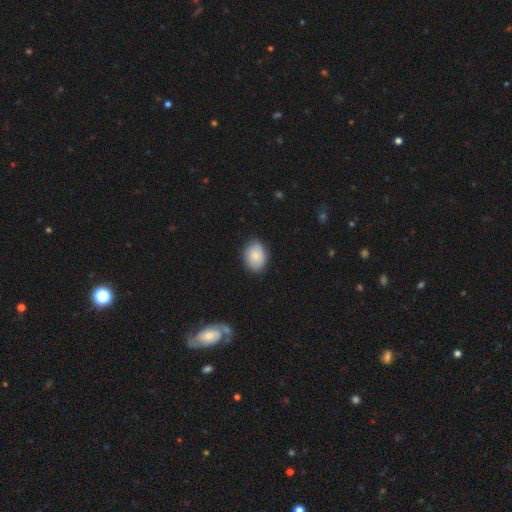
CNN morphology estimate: Smooth or featured? Predicted: smooth (p=0.86). How rounded? Predicted: in between (p=0.65). Merging? Predicted: none (p=0.85).